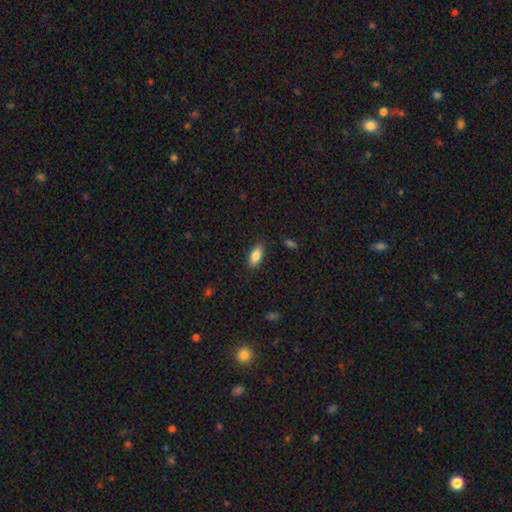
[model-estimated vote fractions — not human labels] This is clearly a smooth galaxy (85%). How rounded: clearly in between (89%). Merging: clearly none (85%).